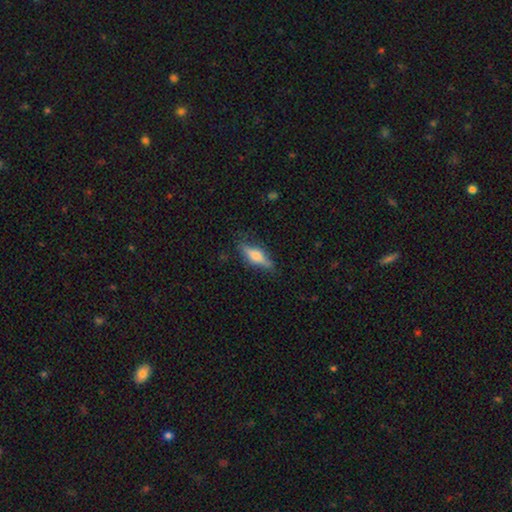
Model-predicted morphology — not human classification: Smooth or featured? Predicted: featured or disk (p=0.50). Merging? Predicted: none (p=0.80).